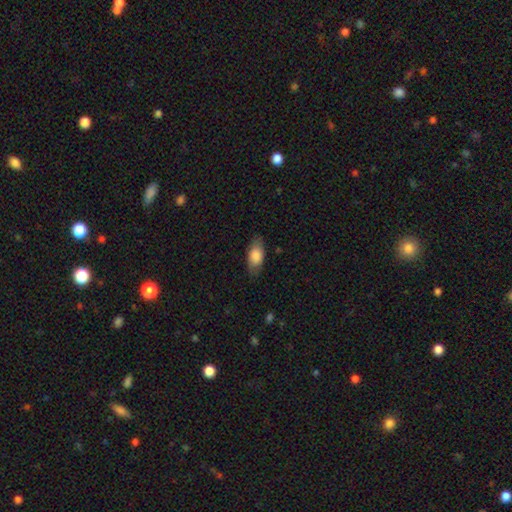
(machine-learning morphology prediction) This appears to be a smooth galaxy with no disk features (82%) that is in between round and cigar-shaped (89%). Merging: none (80%).